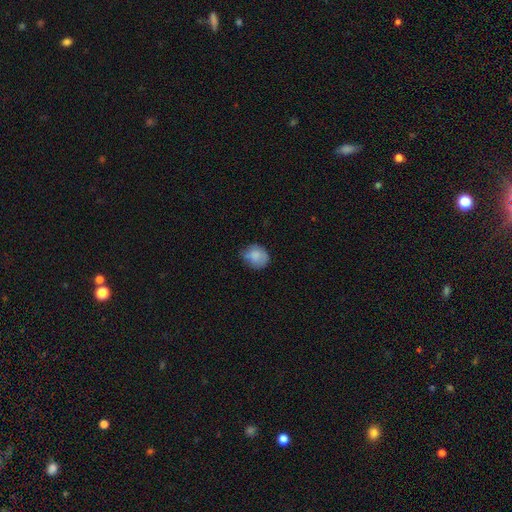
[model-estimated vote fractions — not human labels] A smooth galaxy with no disk features (80%) that is round (70%). Merging: none (58%).